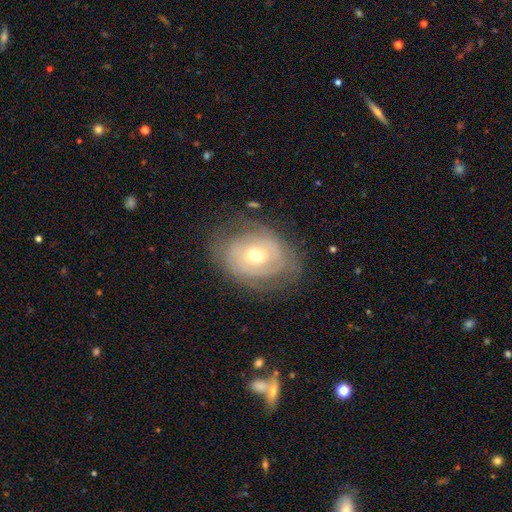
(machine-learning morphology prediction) Smooth or featured: featured or disk — 65% (smooth — 27%)
Edge-on disk: no — 95% (yes — 5%)
Bar: no — 73% (weak — 21%)
Spiral arms: yes — 65% (no — 35%)
Bulge size: moderate — 57% (small — 38%)
Merging: none — 69% (minor disturbance — 21%)